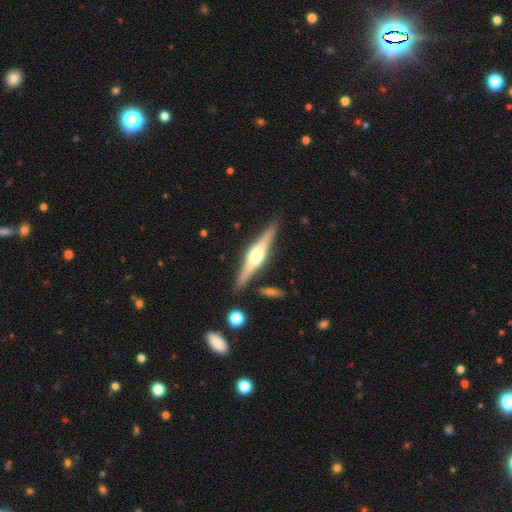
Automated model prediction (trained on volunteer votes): smooth-or-featured: featured or disk: 73% | smooth: 22% | star or artifact: 5%
  disk-edge-on: yes: 97% | no: 3%
    edge-on-bulge: rounded: 92% | boxy: 6% | none: 2%
  merging: none: 87% | minor disturbance: 8% | merger: 3% | major disturbance: 2%